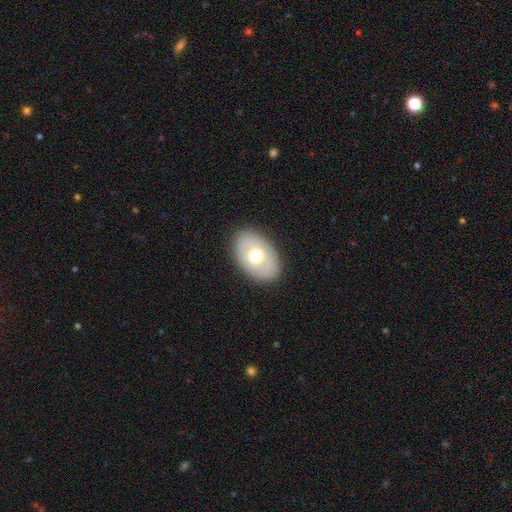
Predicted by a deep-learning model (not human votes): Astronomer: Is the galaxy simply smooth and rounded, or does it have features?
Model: smooth — 62%.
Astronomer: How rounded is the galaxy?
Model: in between — 85%.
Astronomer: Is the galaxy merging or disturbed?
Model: none — 86%.